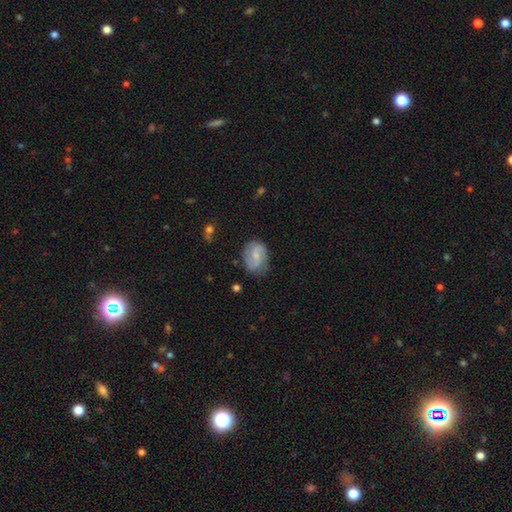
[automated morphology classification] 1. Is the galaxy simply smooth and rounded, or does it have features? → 60% featured or disk, 34% smooth, 7% star or artifact.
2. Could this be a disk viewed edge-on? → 97% no, 3% yes.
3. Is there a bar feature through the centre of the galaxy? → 53% weak, 33% no, 14% strong.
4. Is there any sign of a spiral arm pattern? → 89% yes, 11% no.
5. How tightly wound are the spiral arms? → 44% medium, 35% loose, 22% tight.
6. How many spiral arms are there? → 84% 2, 9% can't tell, 3% 1, 2% 3, 1% 4, 1% more than 4.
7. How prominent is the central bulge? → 50% small, 34% moderate, 14% none, 2% large, 1% dominant.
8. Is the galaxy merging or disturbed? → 72% none, 21% minor disturbance, 6% major disturbance, 2% merger.